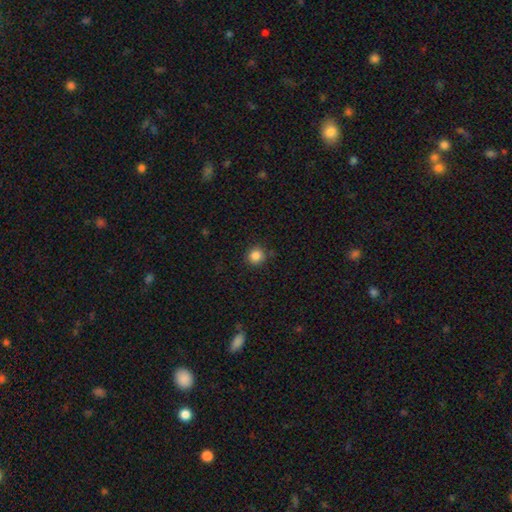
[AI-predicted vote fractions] Smooth or featured? smooth (85%)
How rounded? round (93%)
Merging? none (87%)